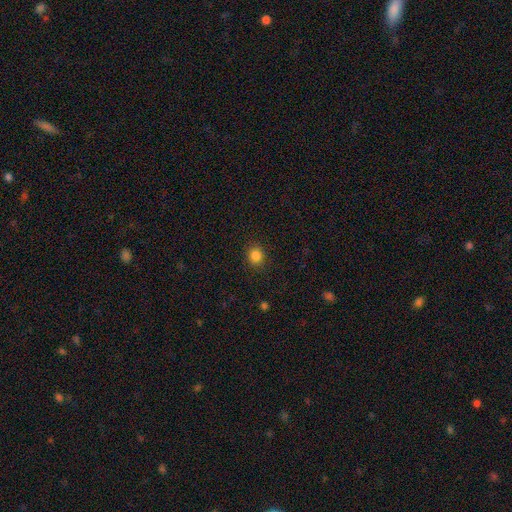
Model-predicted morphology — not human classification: Smooth or featured? Predicted: smooth (p=0.85). How rounded? Predicted: round (p=0.79). Merging? Predicted: none (p=0.89).